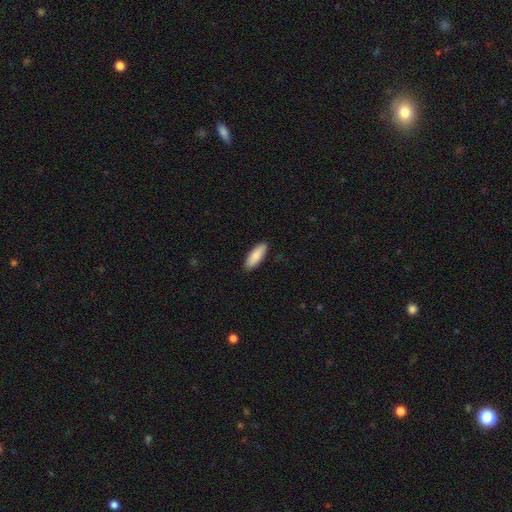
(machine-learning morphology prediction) smooth 88%, featured or disk 7%, star or artifact 5%. Down the decision tree: how rounded — in between (69%); merging — none (90%).